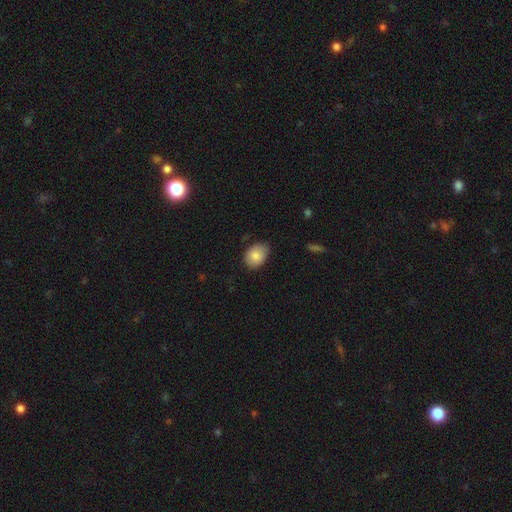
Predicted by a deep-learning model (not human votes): This is clearly a smooth galaxy (84%). How rounded: likely in between (67%). Merging: likely none (70%).